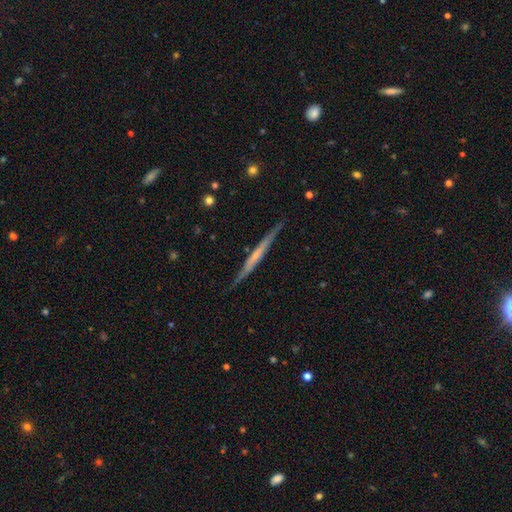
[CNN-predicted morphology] Q: Smooth or featured?
A: featured or disk (63%); runner-up: smooth (32%)
Q: Edge-on disk?
A: yes (96%); runner-up: no (4%)
Q: Edge-on bulge?
A: none (72%); runner-up: rounded (18%)
Q: Merging?
A: none (86%); runner-up: minor disturbance (11%)